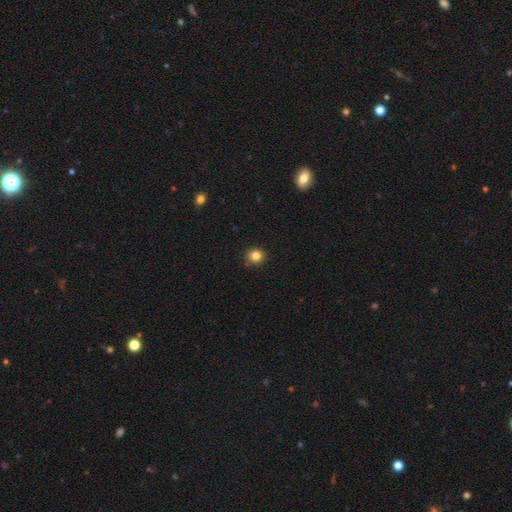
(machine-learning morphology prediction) Smooth or featured?
  - smooth: 83% *
  - star or artifact: 12%
  - featured or disk: 5%
How rounded?
  - round: 88% *
  - in between: 12%
  - cigar-shaped: 1%
Merging?
  - none: 88% *
  - minor disturbance: 9%
  - major disturbance: 2%
  - merger: 1%